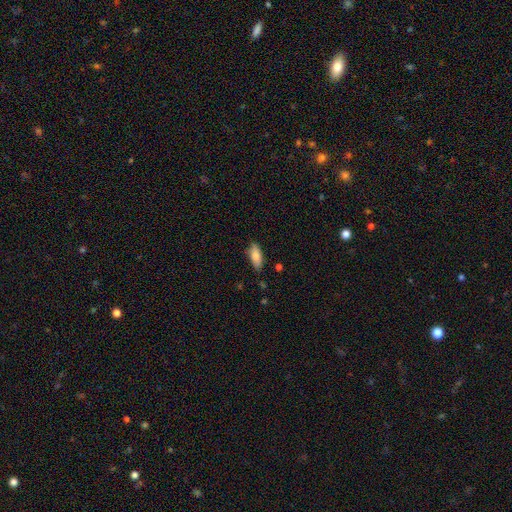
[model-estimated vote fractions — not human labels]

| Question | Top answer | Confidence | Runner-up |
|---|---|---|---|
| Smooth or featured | smooth | 76% | featured or disk (17%) |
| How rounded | in between | 77% | cigar-shaped (21%) |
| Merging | none | 82% | minor disturbance (14%) |